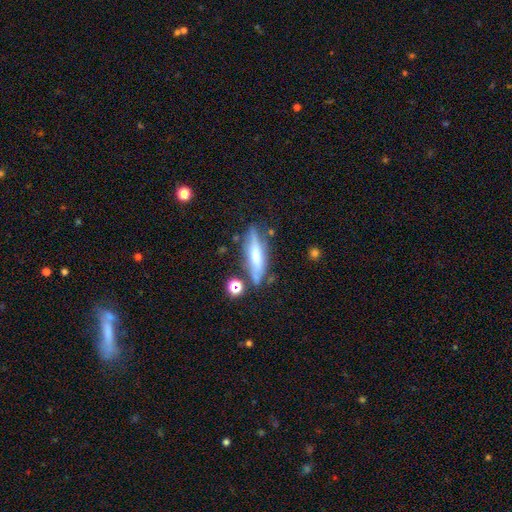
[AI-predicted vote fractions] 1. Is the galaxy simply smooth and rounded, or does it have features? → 58% featured or disk, 35% smooth, 7% star or artifact.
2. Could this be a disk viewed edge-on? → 83% yes, 17% no.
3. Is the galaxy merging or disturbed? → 69% none, 18% minor disturbance, 8% merger, 5% major disturbance.